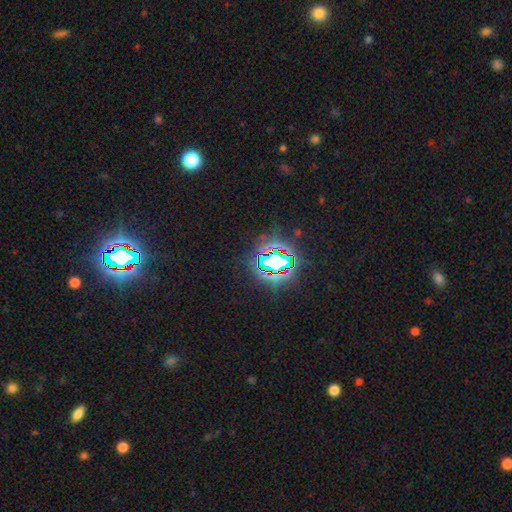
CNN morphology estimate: smooth_or_featured: star or artifact (p=0.84) [alt: smooth p=0.09]